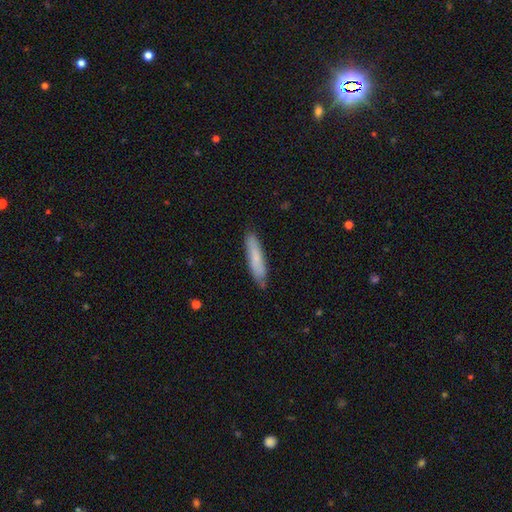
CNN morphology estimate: The model was most divided on "smooth or featured": smooth: 74%, featured or disk: 20%, star or artifact: 6%. More confident: how rounded — cigar-shaped (84%); merging — none (83%).